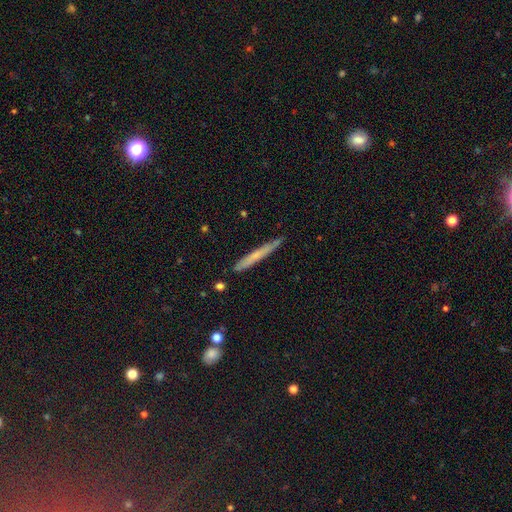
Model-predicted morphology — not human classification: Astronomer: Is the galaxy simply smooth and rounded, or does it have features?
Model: smooth — 55% (runner-up: featured or disk, 38%).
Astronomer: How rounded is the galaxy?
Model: cigar-shaped — 96%.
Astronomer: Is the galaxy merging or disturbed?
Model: none — 84%.